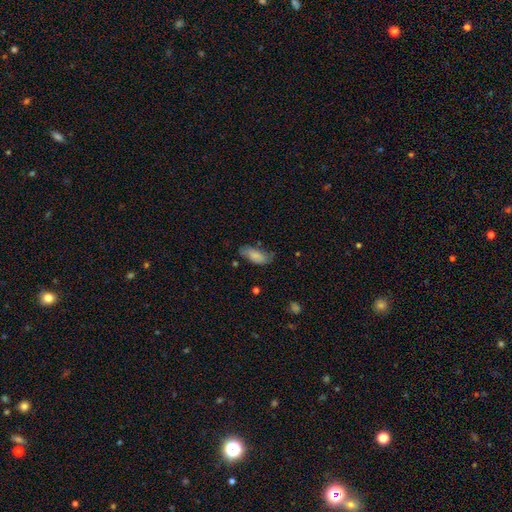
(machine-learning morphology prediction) A smooth galaxy with no disk features (77%) that is in between round and cigar-shaped (85%).

Vote fractions:
- Smooth or featured? smooth: 77% / featured or disk: 16% / star or artifact: 7%
- How rounded? in between: 85% / cigar-shaped: 13% / round: 2%
- Merging? none: 58% / minor disturbance: 30% / major disturbance: 9% / merger: 3%